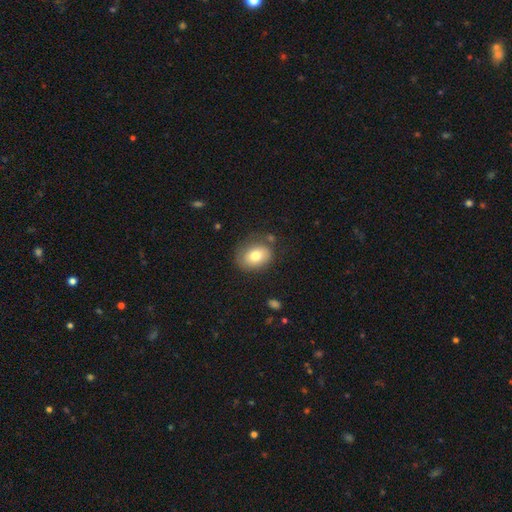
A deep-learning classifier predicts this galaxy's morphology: Q: Smooth or featured?
A: smooth (76%); runner-up: featured or disk (16%)
Q: How rounded?
A: in between (62%); runner-up: round (37%)
Q: Merging?
A: none (72%); runner-up: minor disturbance (18%)